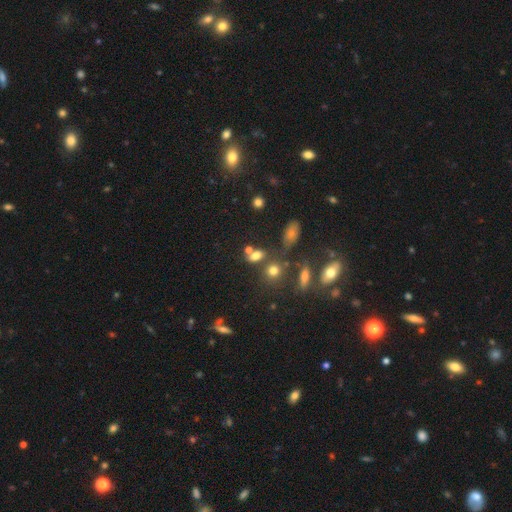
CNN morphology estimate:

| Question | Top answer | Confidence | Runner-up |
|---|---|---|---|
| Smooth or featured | smooth | 72% | star or artifact (17%) |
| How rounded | in between | 70% | round (25%) |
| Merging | none | 50% | merger (30%) |